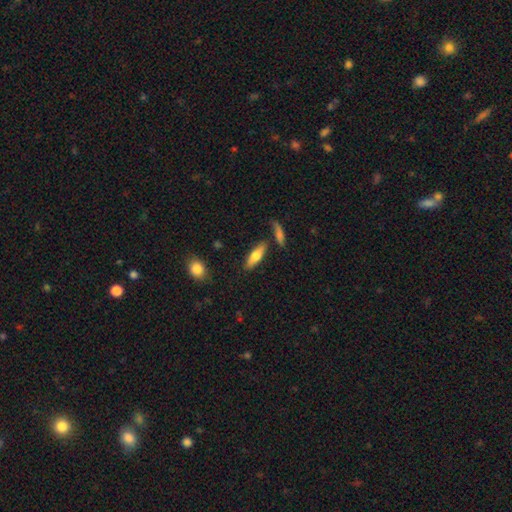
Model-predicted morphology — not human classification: Smooth or featured? smooth (65%)
How rounded? in between (52%)
Merging? none (77%)